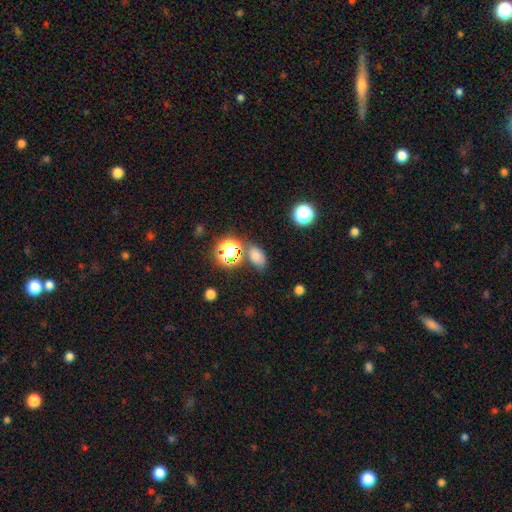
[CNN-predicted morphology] smooth_or_featured: smooth (p=0.71) [alt: star or artifact p=0.21]
how_rounded: in between (p=0.78) [alt: round p=0.21]
merging: none (p=0.70) [alt: minor disturbance p=0.14]